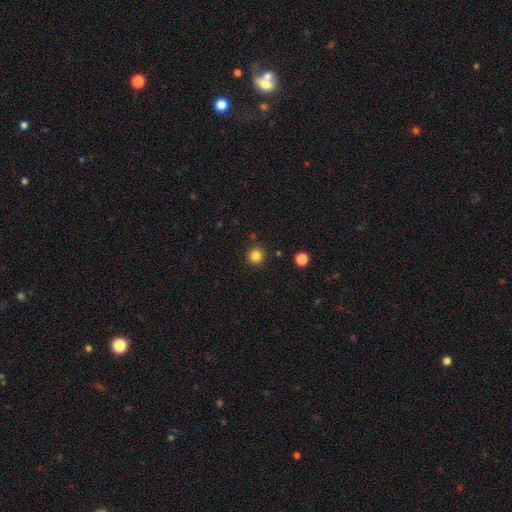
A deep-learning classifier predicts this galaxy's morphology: type=smooth (83%); roundness=round (95%); merging=none (90%).